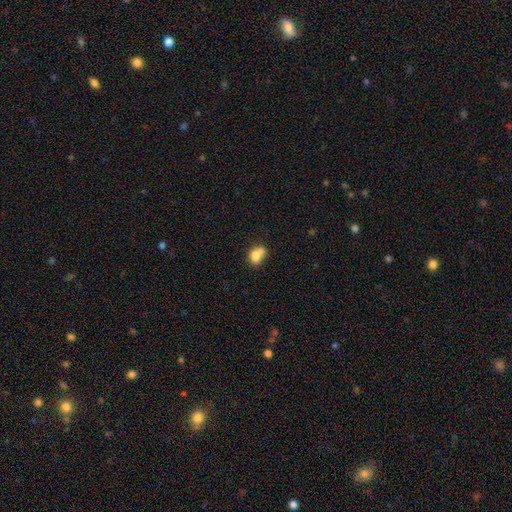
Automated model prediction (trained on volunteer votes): A smooth galaxy with no disk features (75%) that is round (54%).

Vote fractions:
- Smooth or featured? smooth: 75% / featured or disk: 15% / star or artifact: 10%
- How rounded? round: 54% / in between: 45% / cigar-shaped: 1%
- Merging? merger: 48% / none: 34% / minor disturbance: 13% / major disturbance: 5%